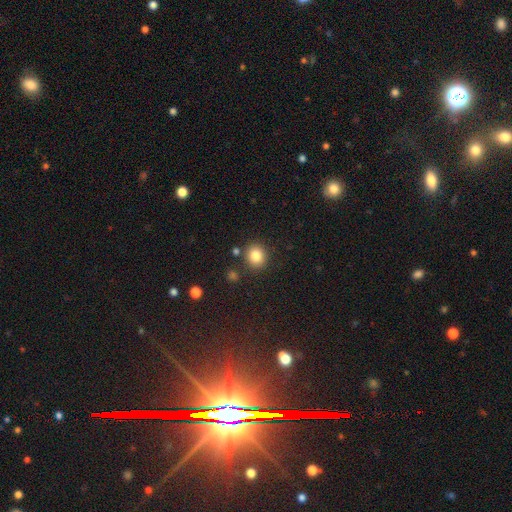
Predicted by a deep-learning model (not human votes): smooth_or_featured: smooth (p=0.83) [alt: star or artifact p=0.11]
how_rounded: round (p=0.85) [alt: in between p=0.14]
merging: none (p=0.85) [alt: minor disturbance p=0.08]